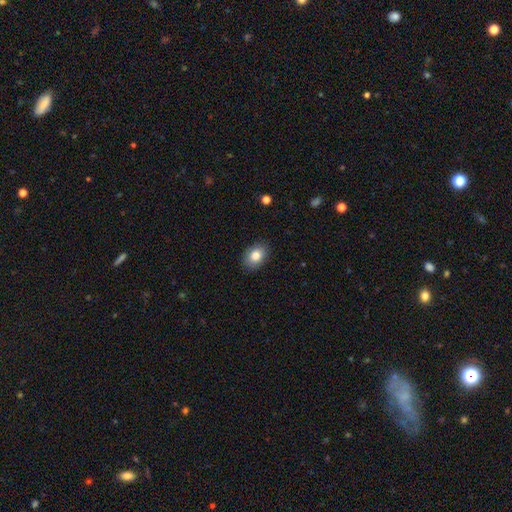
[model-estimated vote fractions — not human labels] smooth 82%, featured or disk 9%, star or artifact 8%. Down the decision tree: how rounded — in between (77%); merging — none (88%).